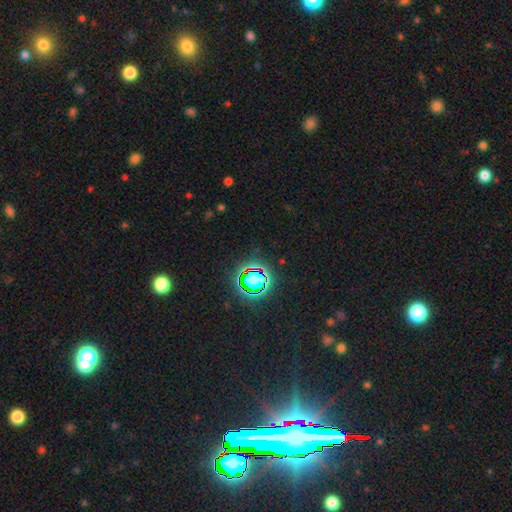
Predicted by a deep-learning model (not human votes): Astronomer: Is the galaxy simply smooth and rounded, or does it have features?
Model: star or artifact — 79%.